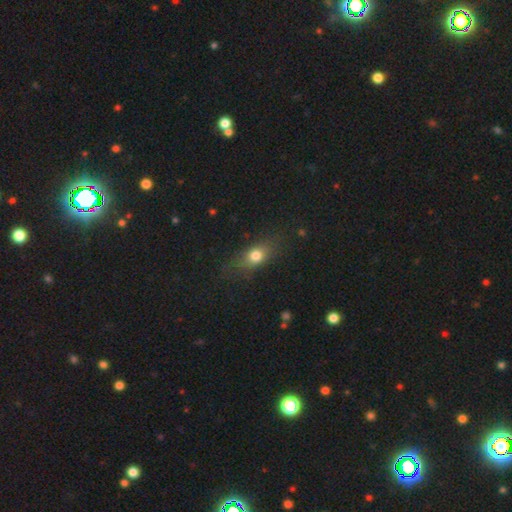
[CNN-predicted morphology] type=smooth (74%); roundness=in between (64%); merging=none (75%).